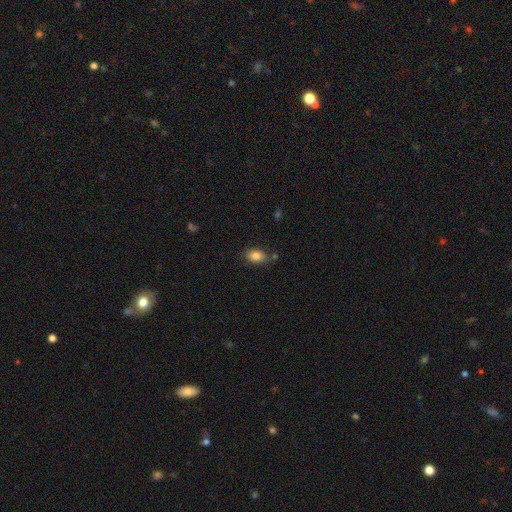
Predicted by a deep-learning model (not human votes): Smooth or featured? smooth (85%)
How rounded? in between (84%)
Merging? none (73%)